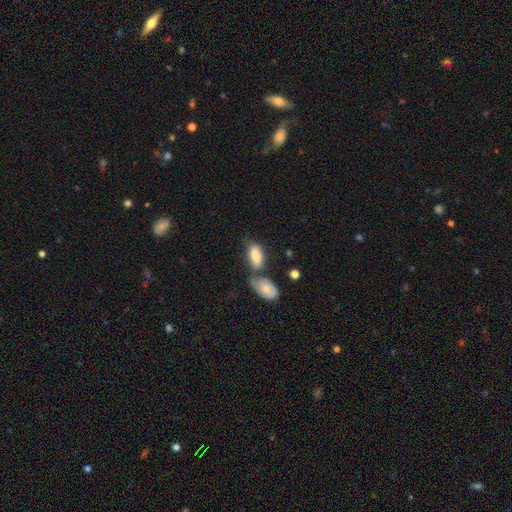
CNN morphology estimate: Smooth or featured? smooth (76%)
How rounded? in between (89%)
Merging? none (38%)